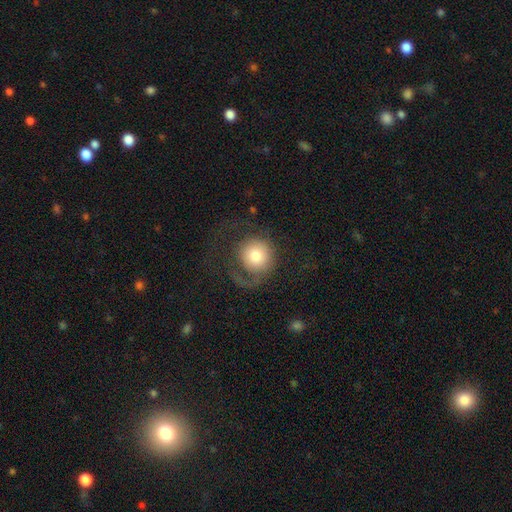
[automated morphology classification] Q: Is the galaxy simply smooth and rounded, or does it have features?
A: smooth — 67%.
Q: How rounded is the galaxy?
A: round — 89%.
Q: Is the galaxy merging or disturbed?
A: none — 44%.